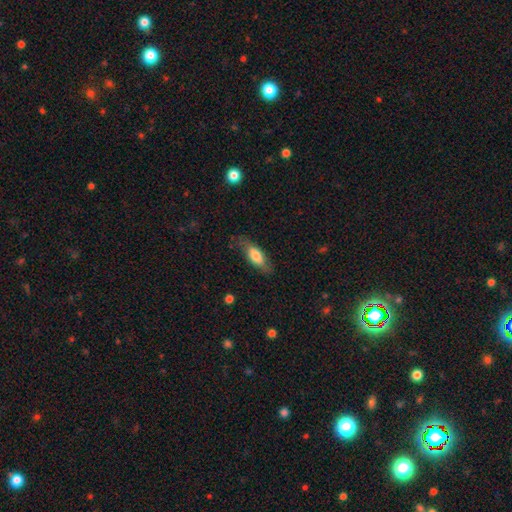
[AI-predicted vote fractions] Smooth or featured: smooth — 68% (featured or disk — 25%)
How rounded: in between — 69% (cigar-shaped — 28%)
Merging: none — 75% (minor disturbance — 18%)